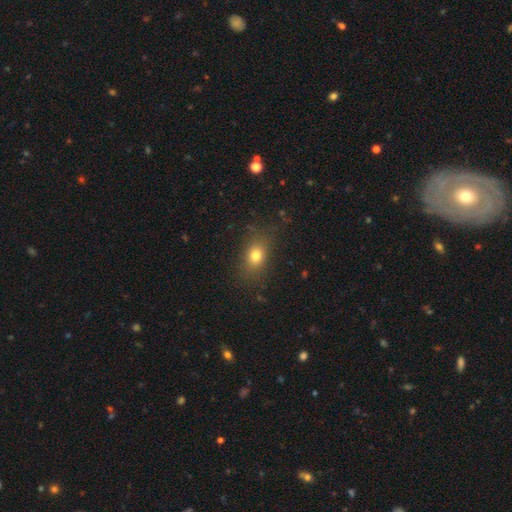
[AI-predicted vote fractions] The model was most divided on "how rounded": in between: 61%, round: 36%, cigar-shaped: 3%. More confident: merging — none (80%); smooth or featured — smooth (76%).